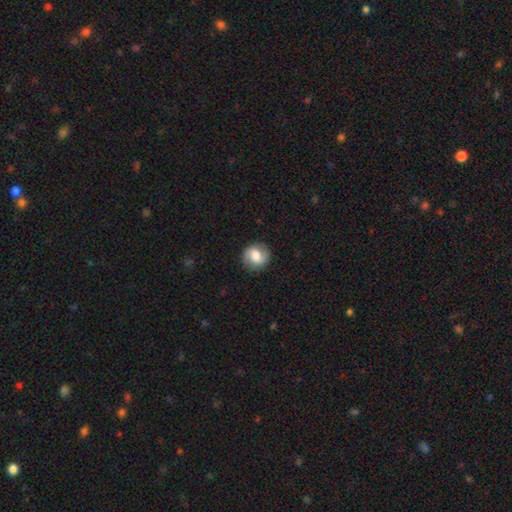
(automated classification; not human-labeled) smooth 60%, featured or disk 32%, star or artifact 8%. Down the decision tree: how rounded — round (85%); merging — none (87%).